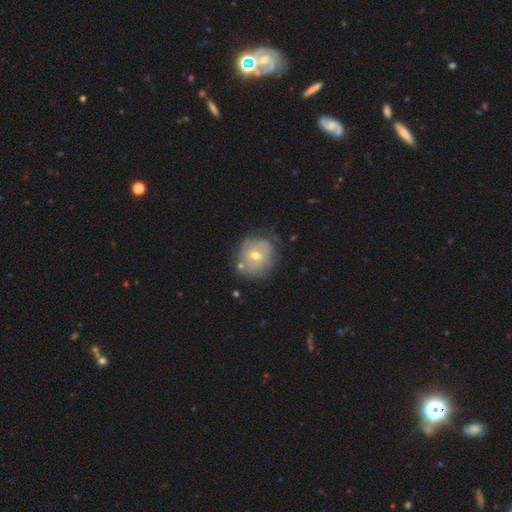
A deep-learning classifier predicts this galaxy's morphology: smooth_or_featured: featured or disk (p=0.48) [alt: smooth p=0.43]
merging: none (p=0.63) [alt: minor disturbance p=0.23]